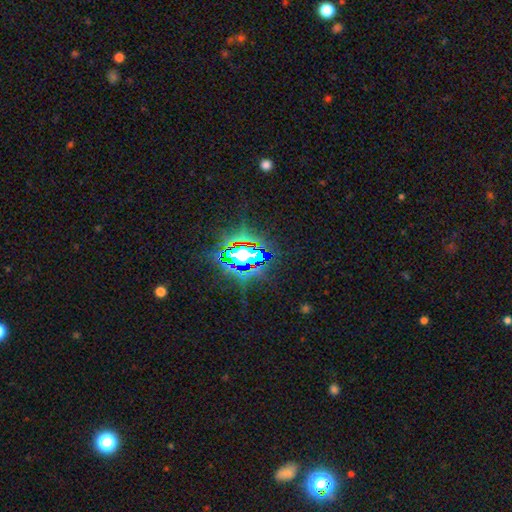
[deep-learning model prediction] Smooth or featured? star or artifact (77%)